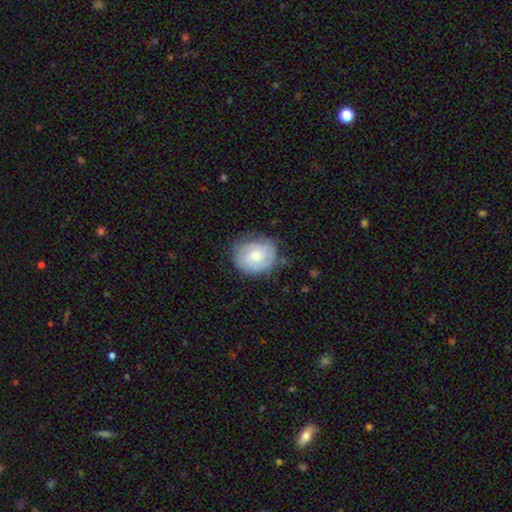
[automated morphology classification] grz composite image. It shows a smooth galaxy with no disk features (49%). Merging: none (70%).